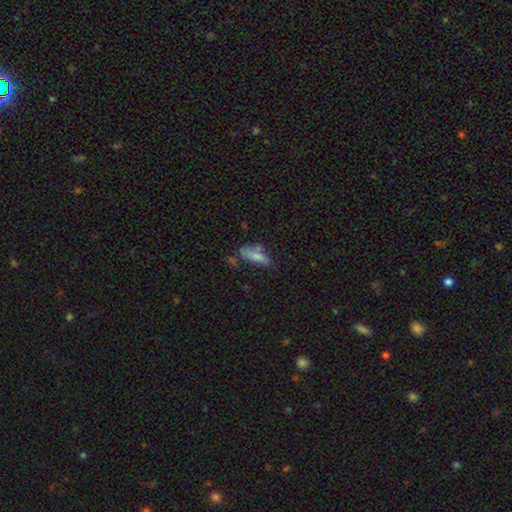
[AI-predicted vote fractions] Smooth or featured: smooth — 73% (featured or disk — 17%)
How rounded: in between — 61% (cigar-shaped — 36%)
Merging: none — 48% (minor disturbance — 28%)